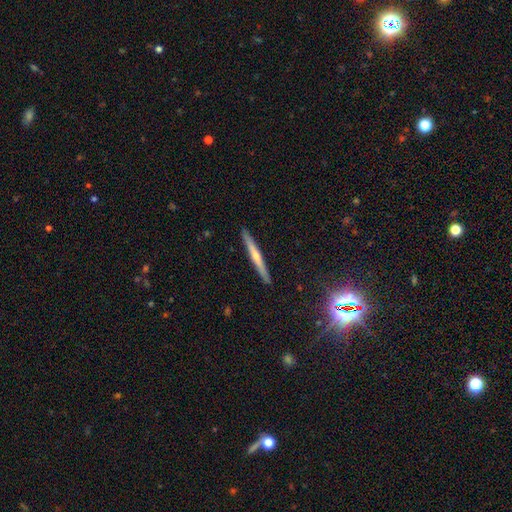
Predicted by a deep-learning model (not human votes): A featured or disk galaxy (64%) viewed edge-on (97%) with a rounded central bulge (76%). Merging: none (91%).